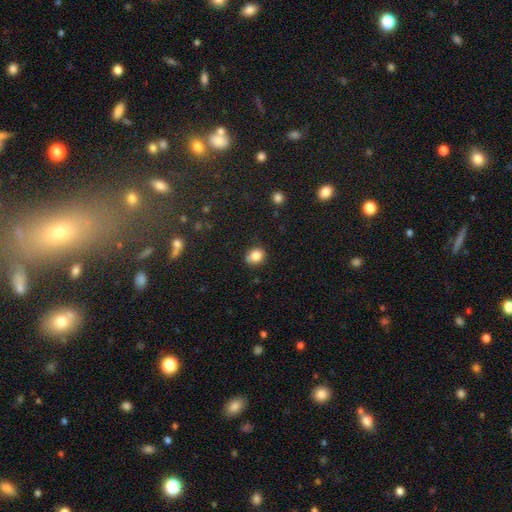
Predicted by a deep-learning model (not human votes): This is clearly a smooth galaxy (82%). How rounded: likely round (66%). Merging: likely none (69%).